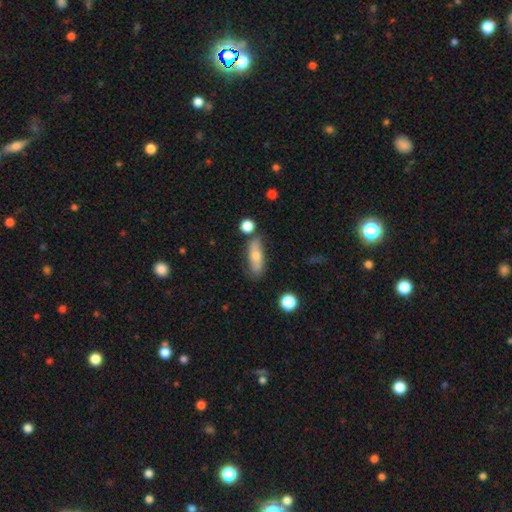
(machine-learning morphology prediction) smooth_or_featured: smooth (p=0.68) [alt: featured or disk p=0.24]
how_rounded: in between (p=0.63) [alt: cigar-shaped p=0.33]
merging: none (p=0.66) [alt: minor disturbance p=0.20]